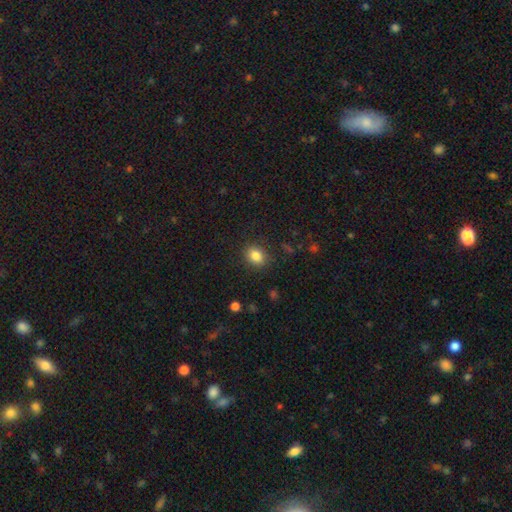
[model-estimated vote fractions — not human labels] smooth 84%, star or artifact 10%, featured or disk 5%. Down the decision tree: how rounded — round (54%); merging — none (87%).